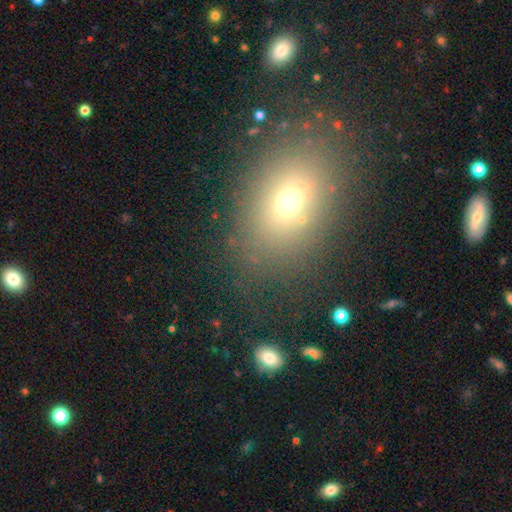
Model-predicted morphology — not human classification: Q: Smooth or featured?
A: smooth (63%); runner-up: star or artifact (20%)
Q: How rounded?
A: in between (67%); runner-up: round (31%)
Q: Merging?
A: none (79%); runner-up: minor disturbance (11%)